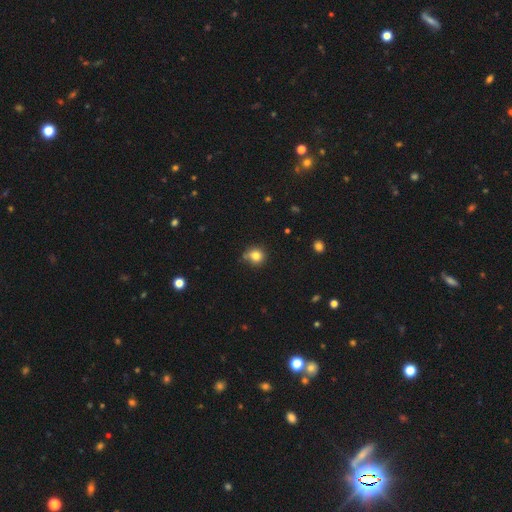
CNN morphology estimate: Q: Smooth or featured?
A: smooth (81%); runner-up: star or artifact (12%)
Q: How rounded?
A: round (87%); runner-up: in between (12%)
Q: Merging?
A: none (69%); runner-up: minor disturbance (21%)